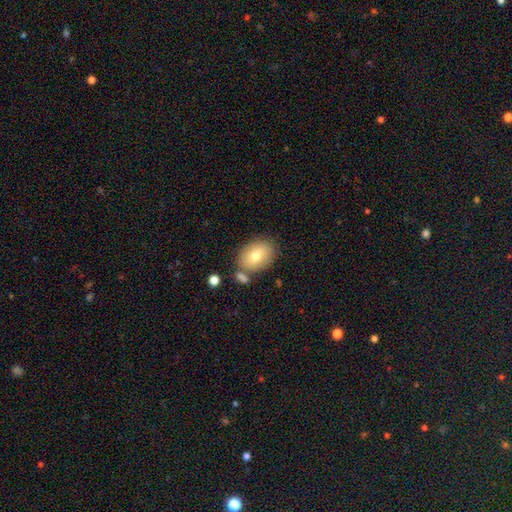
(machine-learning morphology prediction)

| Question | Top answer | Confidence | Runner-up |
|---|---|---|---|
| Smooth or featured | smooth | 73% | featured or disk (18%) |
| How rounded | in between | 75% | round (23%) |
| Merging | none | 70% | minor disturbance (14%) |